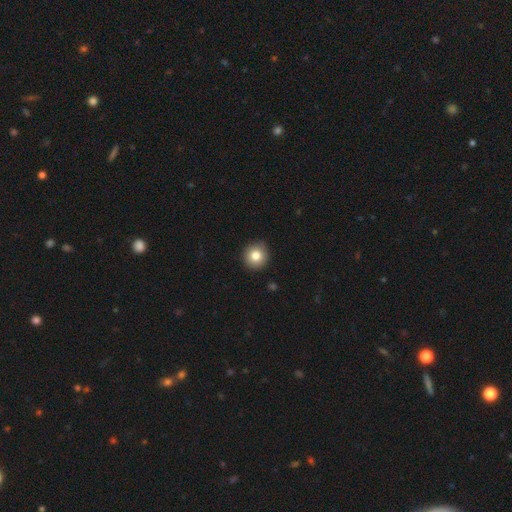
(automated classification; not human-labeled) A smooth galaxy with no disk features (82%) that is round (92%). Merging: none (90%).